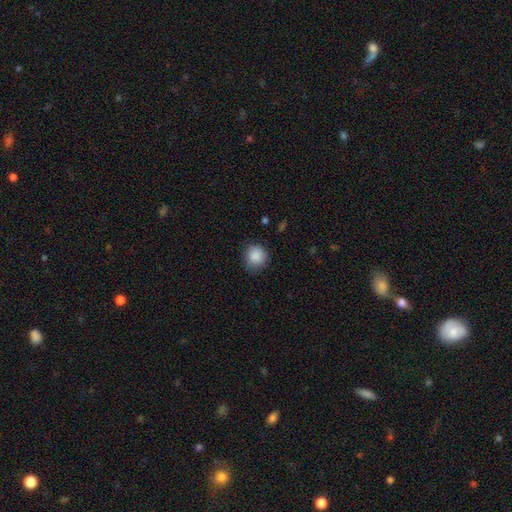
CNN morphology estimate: This is clearly a smooth galaxy (87%). How rounded: clearly round (89%). Merging: likely none (80%).